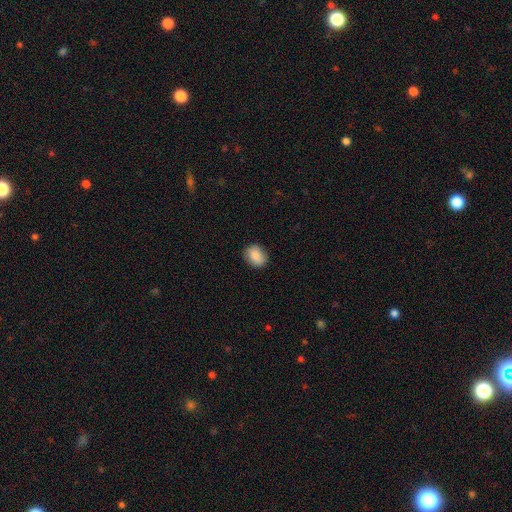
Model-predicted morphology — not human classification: Q: Smooth or featured?
A: smooth (86%); runner-up: star or artifact (7%)
Q: How rounded?
A: in between (53%); runner-up: round (46%)
Q: Merging?
A: none (85%); runner-up: minor disturbance (11%)